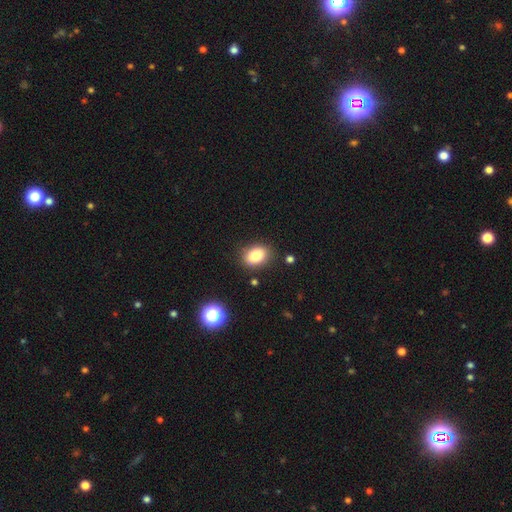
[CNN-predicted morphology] Overall: smooth (83%). How rounded: in between (74%). Merging: none (83%).